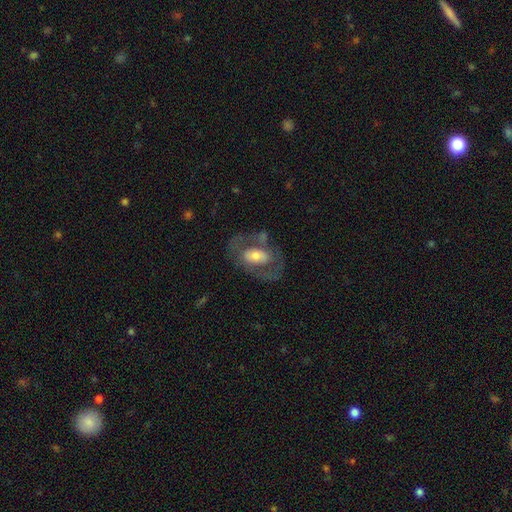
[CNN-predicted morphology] Overall: featured or disk (57%; smooth 35%). Edge-on disk: no (92%). Bar: no (55%; weak 27%). Spiral arms: no (64%; yes 36%). Bulge size: moderate (51%; small 28%). Merging: none (62%).